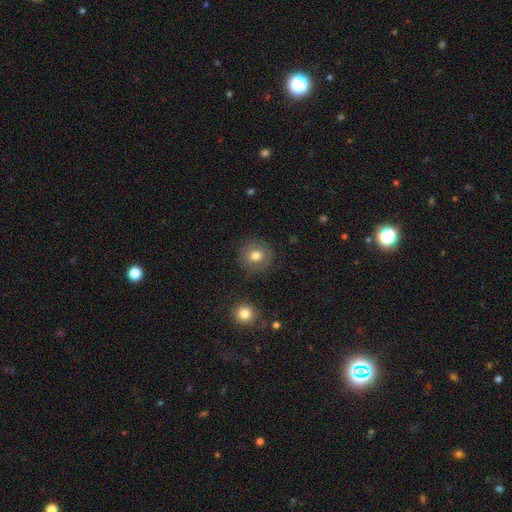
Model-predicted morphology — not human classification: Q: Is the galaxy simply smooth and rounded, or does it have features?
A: smooth — 74%.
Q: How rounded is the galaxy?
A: round — 92%.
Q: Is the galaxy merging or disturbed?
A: none — 86%.